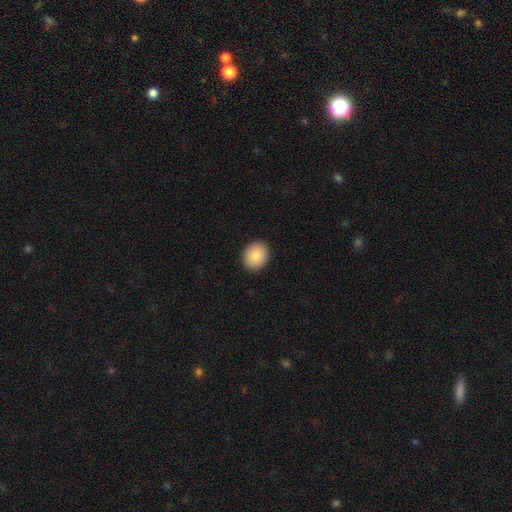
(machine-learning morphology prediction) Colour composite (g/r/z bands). It shows a smooth galaxy with no disk features (84%) that is round (65%). Merging: none (91%).